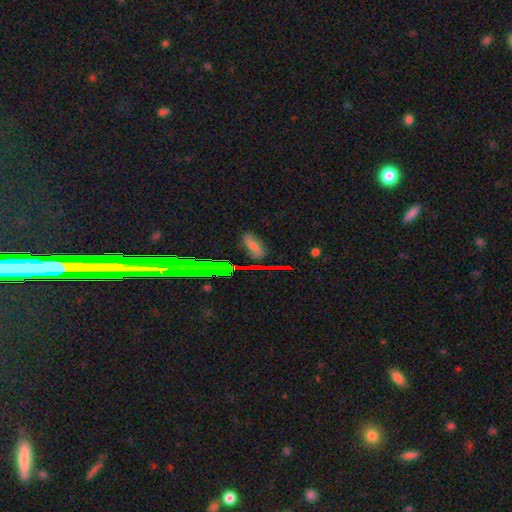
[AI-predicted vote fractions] This is possibly a star or artifact rather than a galaxy (58%).